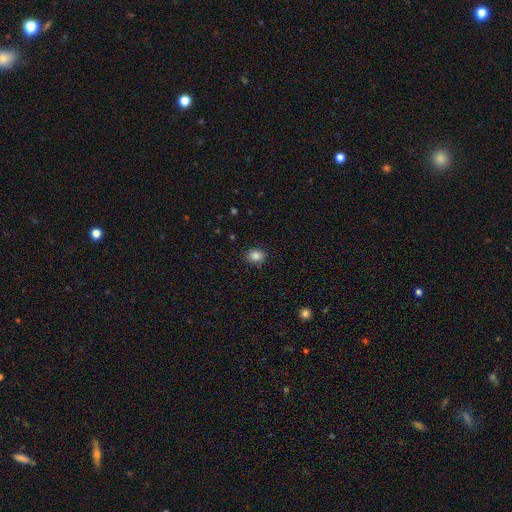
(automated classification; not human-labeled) This appears to be a smooth galaxy with no disk features (85%) that is round (57%). Merging: none (88%).